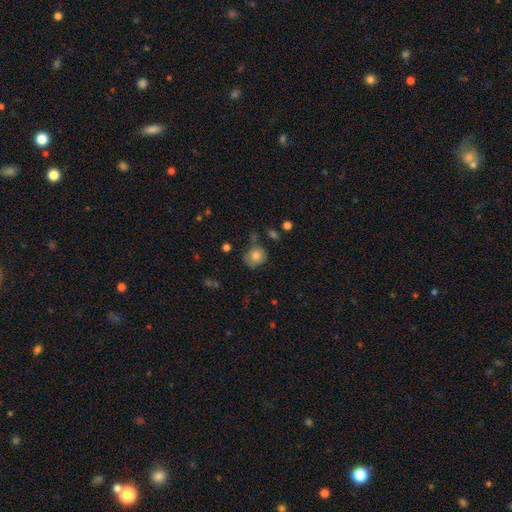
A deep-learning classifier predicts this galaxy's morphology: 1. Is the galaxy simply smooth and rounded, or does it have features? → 74% smooth, 16% featured or disk, 9% star or artifact.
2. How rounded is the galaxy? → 81% round, 18% in between, 1% cigar-shaped.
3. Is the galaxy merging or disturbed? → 57% none, 27% minor disturbance, 11% major disturbance, 5% merger.